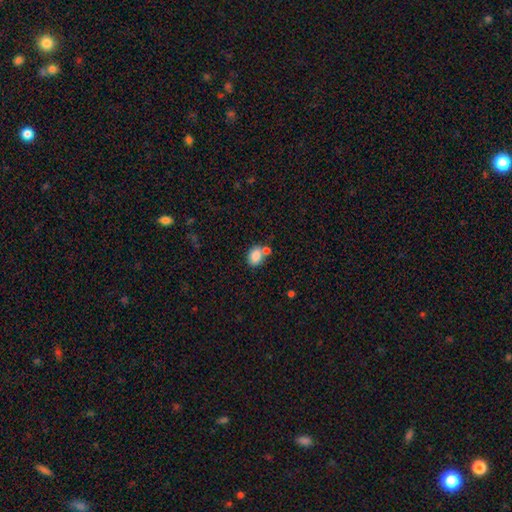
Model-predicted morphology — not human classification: The model was most divided on "merging": none: 54%, merger: 29%, minor disturbance: 13%, major disturbance: 4%. More confident: smooth or featured — smooth (85%); how rounded — in between (71%).